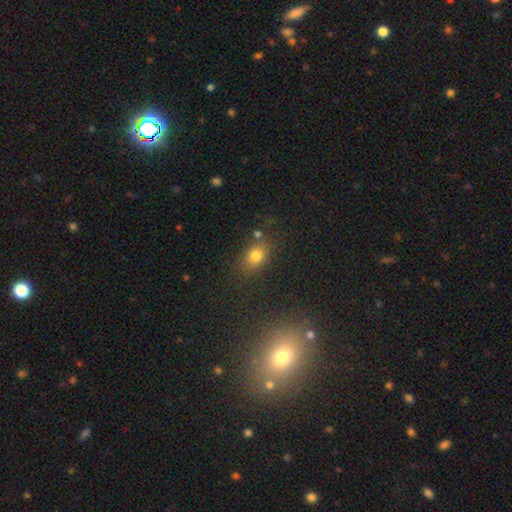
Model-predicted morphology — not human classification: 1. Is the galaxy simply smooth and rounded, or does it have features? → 76% smooth, 15% star or artifact, 9% featured or disk.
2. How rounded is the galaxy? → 60% in between, 37% round, 3% cigar-shaped.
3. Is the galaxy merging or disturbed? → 71% none, 14% minor disturbance, 9% merger, 6% major disturbance.